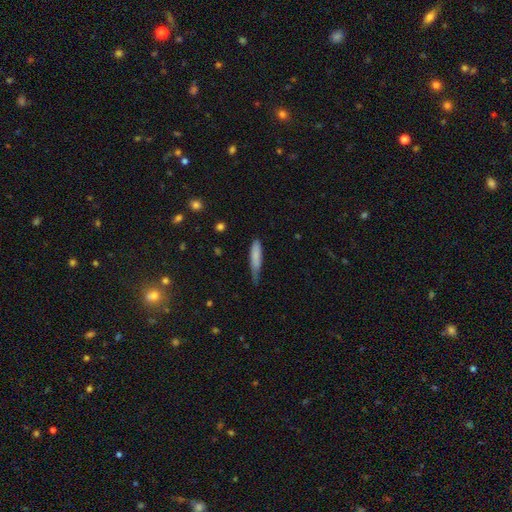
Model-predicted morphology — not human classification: Smooth or featured?
  - smooth: 80% *
  - featured or disk: 14%
  - star or artifact: 6%
How rounded?
  - cigar-shaped: 80% *
  - in between: 19%
  - round: 1%
Merging?
  - minor disturbance: 43% * (tied)
  - none: 43% * (tied)
  - major disturbance: 11%
  - merger: 3%